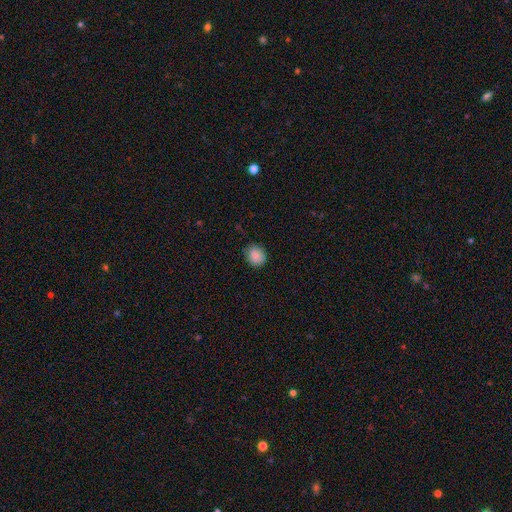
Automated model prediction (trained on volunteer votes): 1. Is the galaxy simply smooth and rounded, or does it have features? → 88% smooth, 8% star or artifact, 4% featured or disk.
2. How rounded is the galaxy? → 75% round, 24% in between, 1% cigar-shaped.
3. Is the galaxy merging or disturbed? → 82% none, 14% minor disturbance, 3% major disturbance, 1% merger.